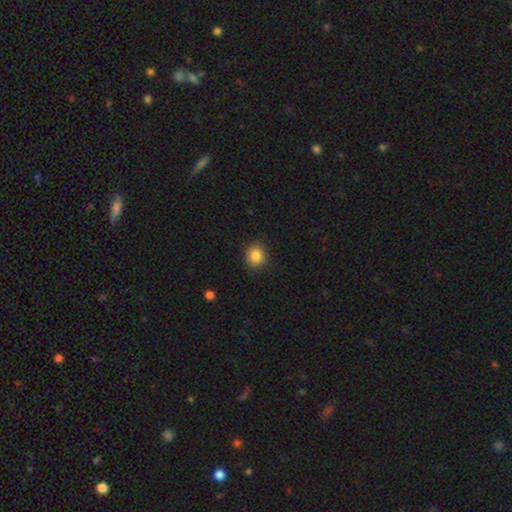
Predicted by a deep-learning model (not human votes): This is clearly a smooth galaxy (85%). How rounded: clearly round (83%). Merging: clearly none (89%).